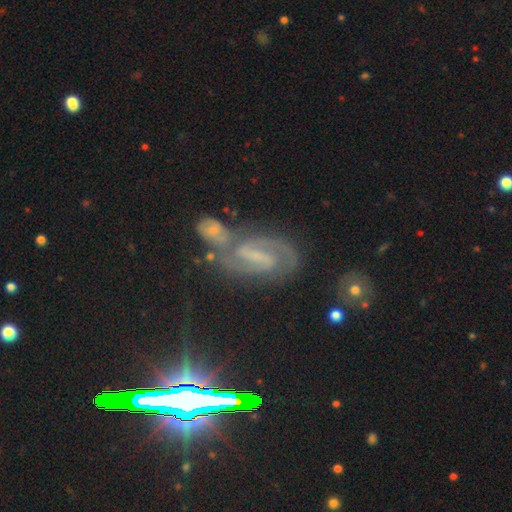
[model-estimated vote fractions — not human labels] Smooth or featured: featured or disk — 77% (star or artifact — 13%)
Edge-on disk: no — 95% (yes — 5%)
Bar: strong — 43% (weak — 42%)
Spiral arms: yes — 93% (no — 7%)
Spiral winding: medium — 48% (tight — 37%)
Spiral arm count: 2 — 81% (can't tell — 10%)
Bulge size: small — 45% (none — 36%)
Merging: none — 42% (merger — 32%)